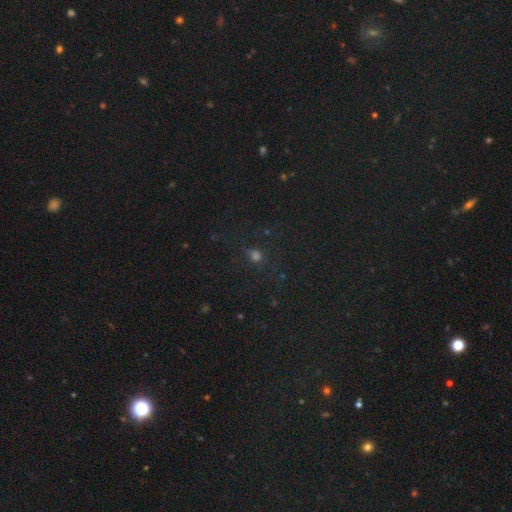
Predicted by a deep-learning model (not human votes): smooth 51%, star or artifact 40%, featured or disk 10%. Down the decision tree: how rounded — round (72%); merging — none (76%).